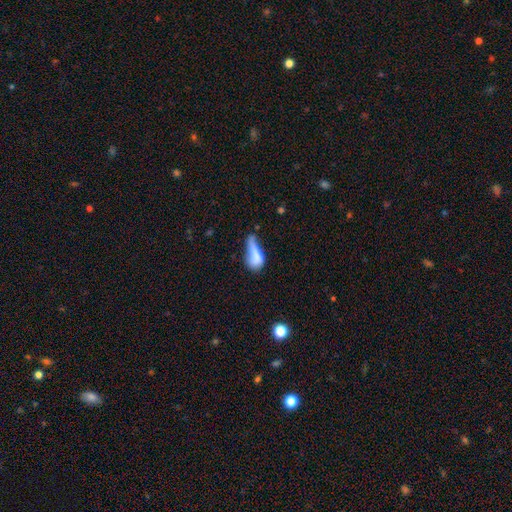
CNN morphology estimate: A smooth galaxy with no disk features (69%) that is in between round and cigar-shaped (72%). Merging: major disturbance (36%).